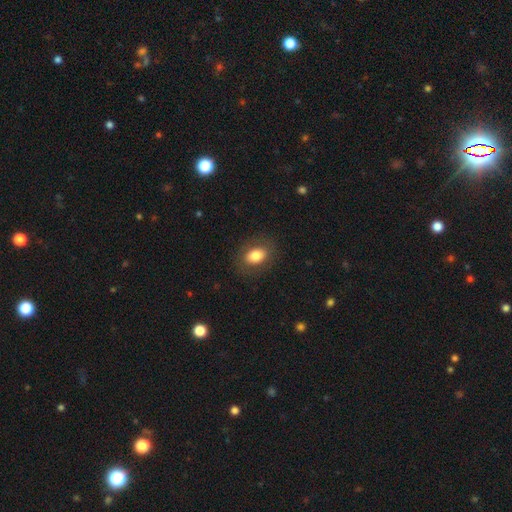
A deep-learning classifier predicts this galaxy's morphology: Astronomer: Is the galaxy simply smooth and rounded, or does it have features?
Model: smooth — 80%.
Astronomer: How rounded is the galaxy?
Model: in between — 75%.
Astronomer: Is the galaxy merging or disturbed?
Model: none — 84%.